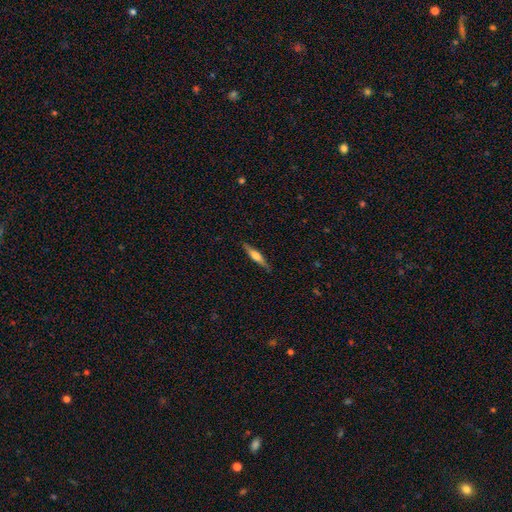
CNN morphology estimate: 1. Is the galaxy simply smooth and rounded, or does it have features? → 54% featured or disk, 40% smooth, 6% star or artifact.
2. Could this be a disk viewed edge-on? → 96% yes, 4% no.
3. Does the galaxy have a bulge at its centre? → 74% rounded, 19% boxy, 7% none.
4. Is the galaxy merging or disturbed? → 87% none, 10% minor disturbance, 2% major disturbance, 1% merger.